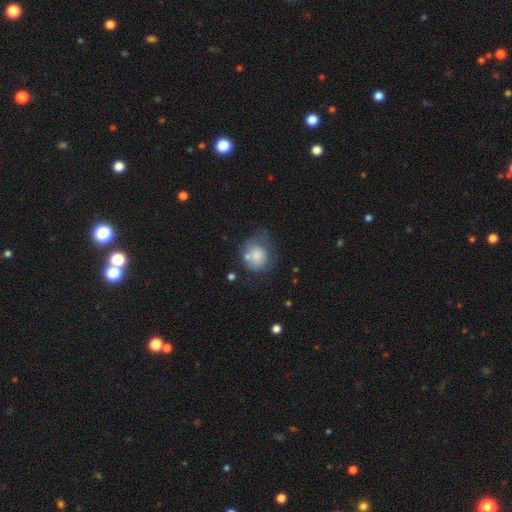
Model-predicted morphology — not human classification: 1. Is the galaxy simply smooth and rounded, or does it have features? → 74% smooth, 18% featured or disk, 8% star or artifact.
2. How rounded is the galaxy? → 72% round, 28% in between, 1% cigar-shaped.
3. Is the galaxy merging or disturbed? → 38% none, 28% minor disturbance, 21% major disturbance, 13% merger.